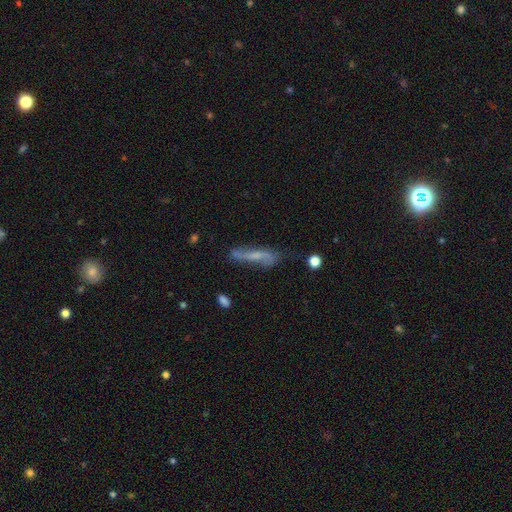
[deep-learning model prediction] featured or disk 63%, smooth 28%, star or artifact 9%. Down the decision tree: edge-on disk — no (63%); merging — none (61%).